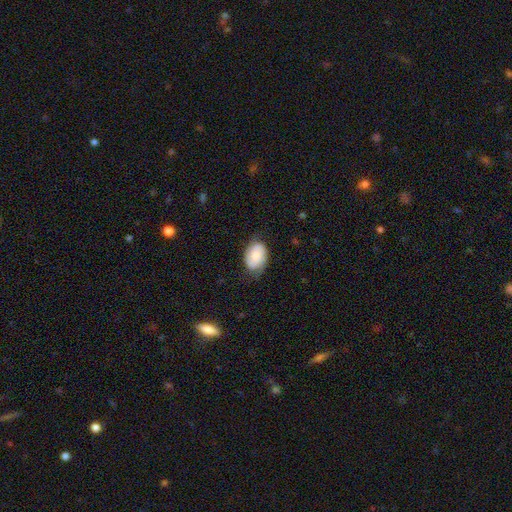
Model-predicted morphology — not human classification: A smooth galaxy with no disk features (57%) that is in between round and cigar-shaped (85%). Merging: none (64%).